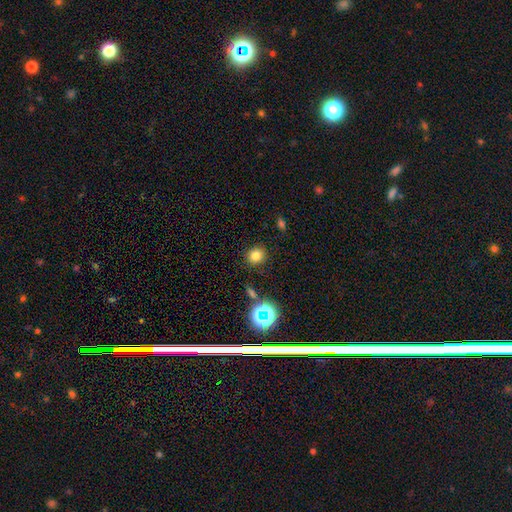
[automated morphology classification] Q: Smooth or featured?
A: smooth (78%); runner-up: star or artifact (16%)
Q: How rounded?
A: round (85%); runner-up: in between (14%)
Q: Merging?
A: none (88%); runner-up: minor disturbance (7%)